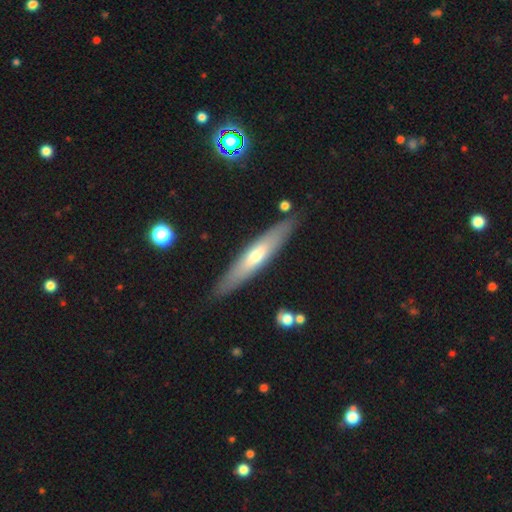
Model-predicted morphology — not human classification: Smooth or featured? Predicted: featured or disk (p=0.50). Merging? Predicted: none (p=0.87).